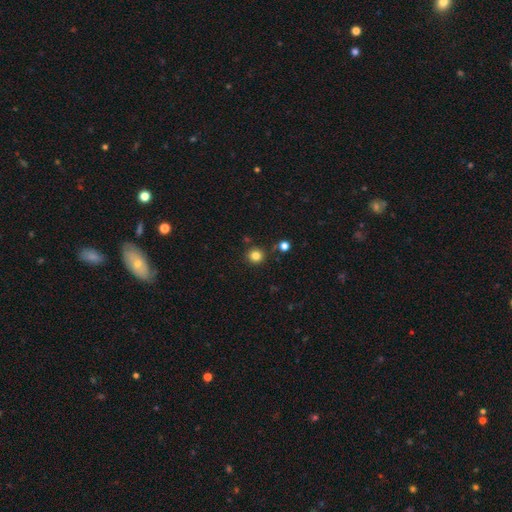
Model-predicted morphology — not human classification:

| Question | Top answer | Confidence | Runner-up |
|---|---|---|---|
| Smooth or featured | smooth | 82% | star or artifact (13%) |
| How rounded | round | 94% | in between (5%) |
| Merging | none | 85% | minor disturbance (8%) |